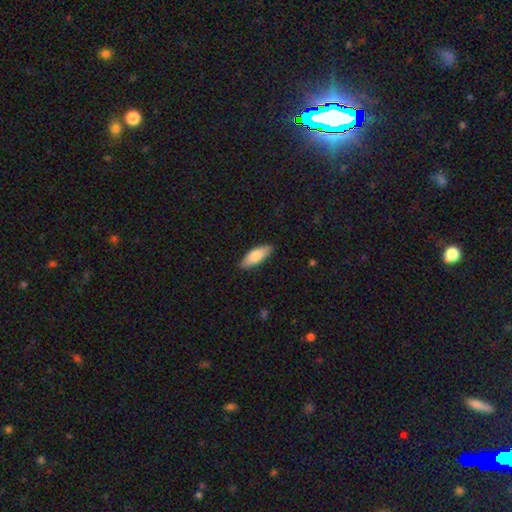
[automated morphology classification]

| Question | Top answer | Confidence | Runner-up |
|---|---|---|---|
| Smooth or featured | smooth | 80% | featured or disk (15%) |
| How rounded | in between | 71% | cigar-shaped (27%) |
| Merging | none | 87% | minor disturbance (10%) |